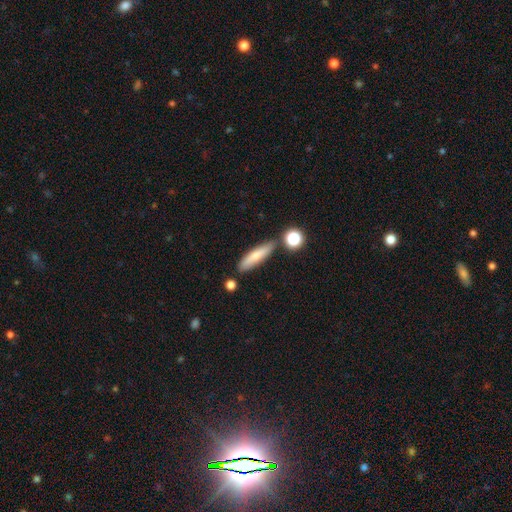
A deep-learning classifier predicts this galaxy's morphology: This is likely a smooth galaxy (71%). How rounded: likely cigar-shaped (77%). Merging: likely none (79%).